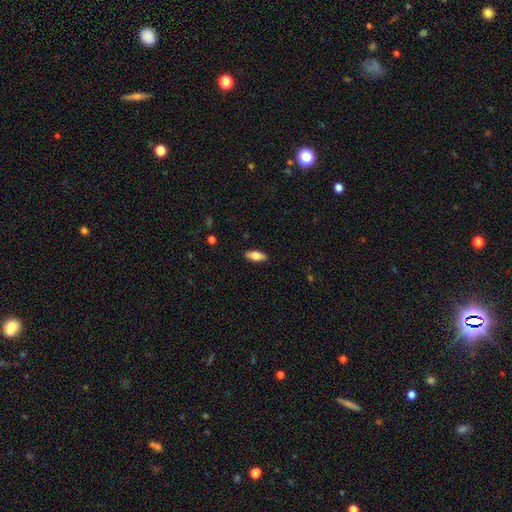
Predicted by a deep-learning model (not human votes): Q: Smooth or featured?
A: smooth (72%); runner-up: featured or disk (22%)
Q: How rounded?
A: in between (78%); runner-up: cigar-shaped (20%)
Q: Merging?
A: none (89%); runner-up: minor disturbance (8%)